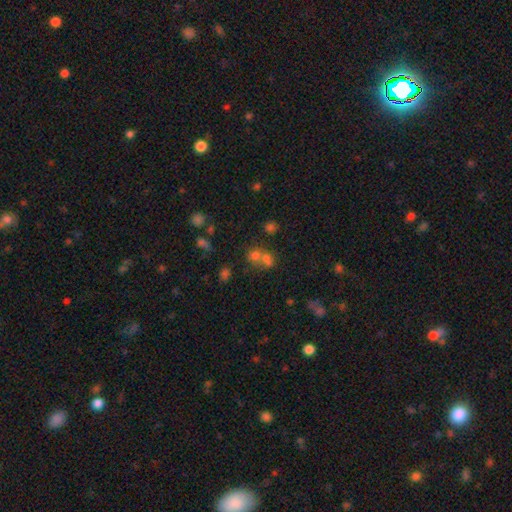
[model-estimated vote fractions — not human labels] This is likely a smooth galaxy (62%). How rounded: likely round (72%). Merging: possibly merger (56%).